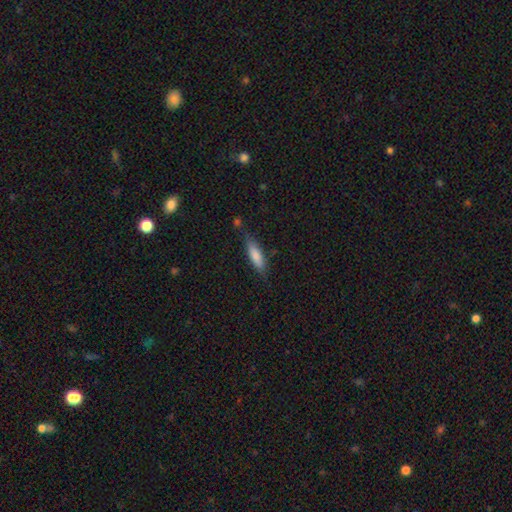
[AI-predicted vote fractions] This appears to be a smooth galaxy with no disk features (80%) that is cigar-shaped (56%). Merging: none (70%).